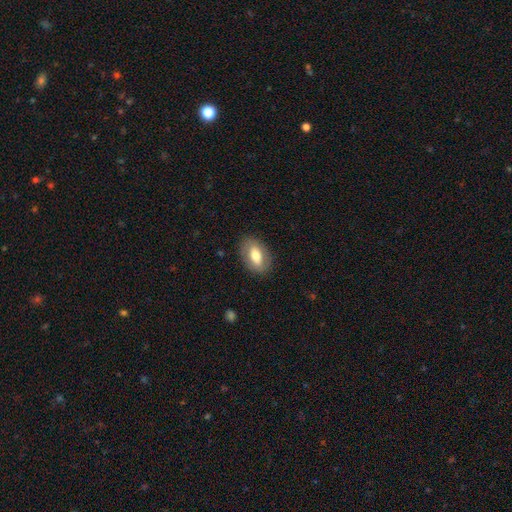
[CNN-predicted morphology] type=smooth (65%); roundness=in between (89%); merging=none (84%).